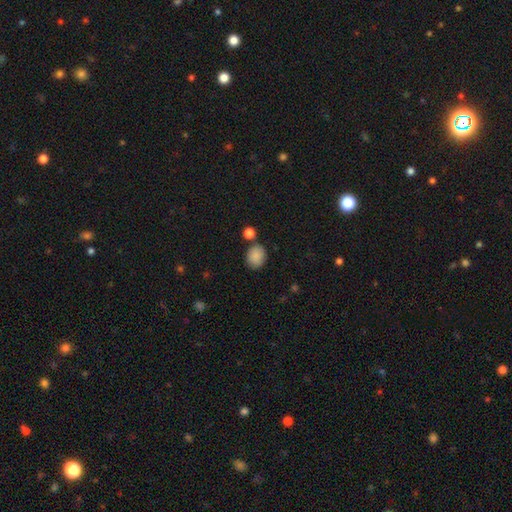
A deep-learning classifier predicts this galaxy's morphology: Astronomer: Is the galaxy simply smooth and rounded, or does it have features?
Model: smooth — 88%.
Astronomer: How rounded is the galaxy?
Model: round — 50% (runner-up: in between, 49%).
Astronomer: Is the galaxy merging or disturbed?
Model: none — 76%.